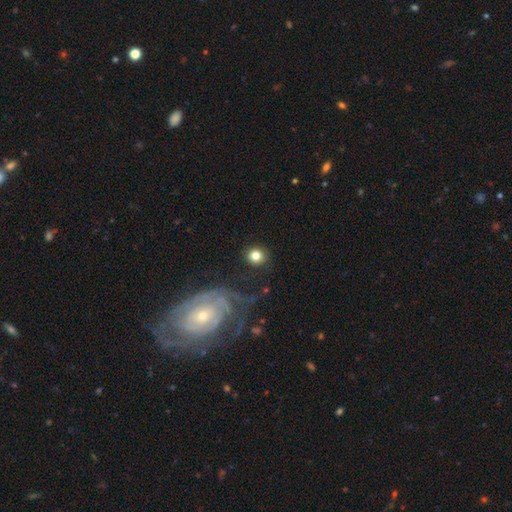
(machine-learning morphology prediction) Smooth or featured?
  - smooth: 80% *
  - featured or disk: 10%
  - star or artifact: 10%
How rounded?
  - round: 91% *
  - in between: 8%
  - cigar-shaped: 1%
Merging?
  - none: 87% *
  - minor disturbance: 7%
  - major disturbance: 4%
  - merger: 3%